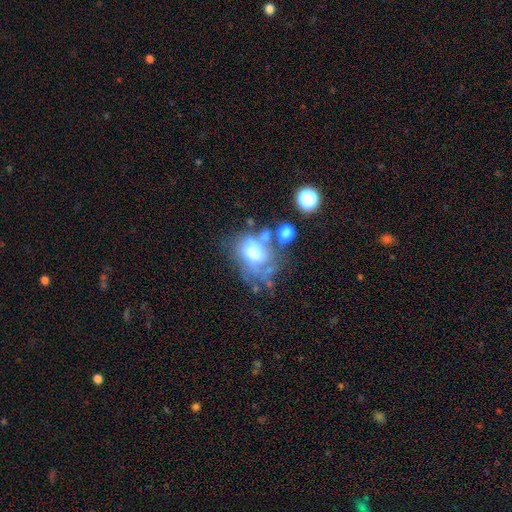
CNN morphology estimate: smooth 49%, featured or disk 39%, star or artifact 12%. Down the decision tree: merging — none (31%).